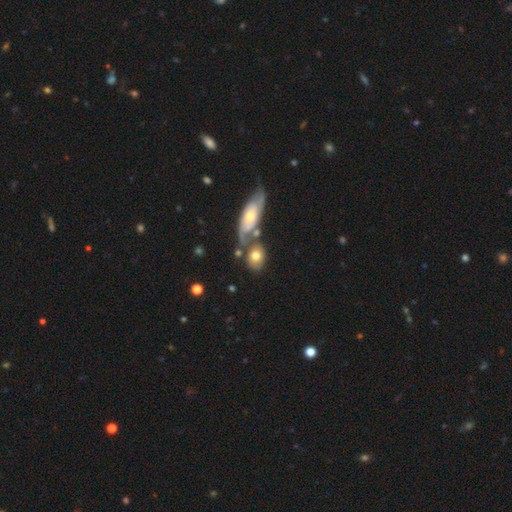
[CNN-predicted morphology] The model was most divided on "merging": none: 40%, merger: 39%, minor disturbance: 14%, major disturbance: 7%. More confident: how rounded — in between (65%); smooth or featured — smooth (64%).